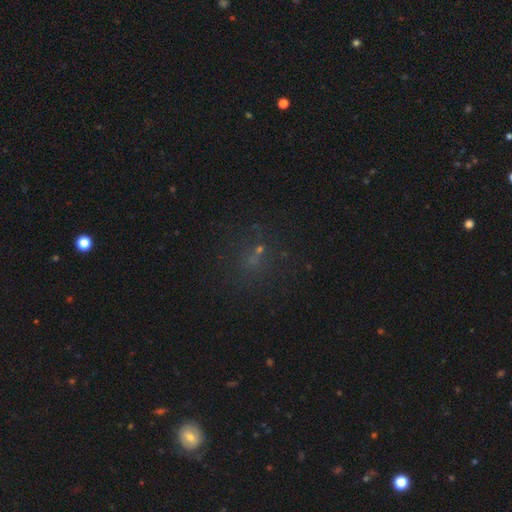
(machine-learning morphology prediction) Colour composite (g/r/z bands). It shows a star or artifact, not a galaxy (45%).